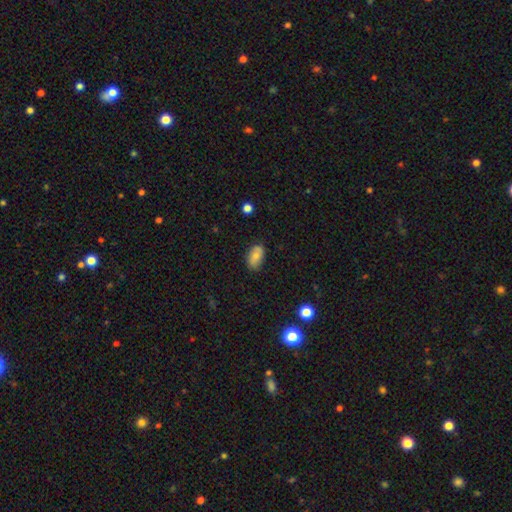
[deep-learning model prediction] Smooth or featured? smooth (74%)
How rounded? in between (92%)
Merging? none (78%)